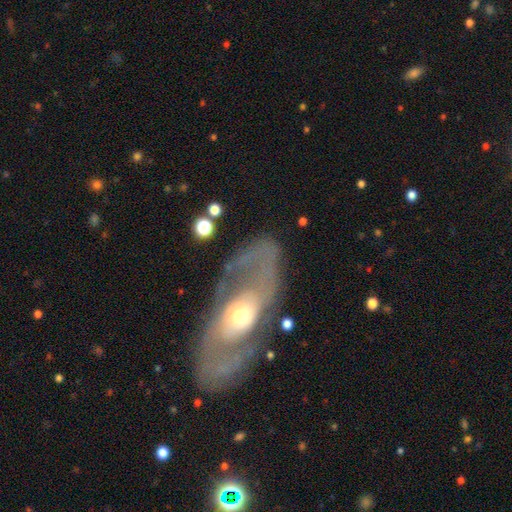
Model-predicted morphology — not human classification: Overall: featured or disk (81%). Edge-on disk: no (92%). Bar: no (69%). Spiral arms: yes (81%). Spiral arm count: 2 (85%). Spiral winding: medium (44%; tight 29%). Bulge size: moderate (56%; small 32%). Merging: none (76%).